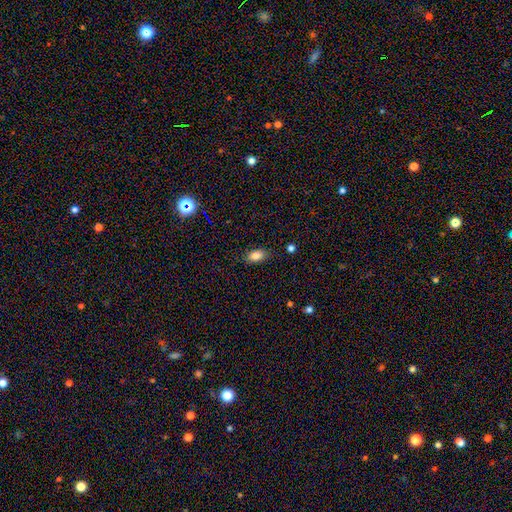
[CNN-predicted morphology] smooth-or-featured: smooth: 85% | star or artifact: 9% | featured or disk: 6%
  how-rounded: in between: 89% | round: 7% | cigar-shaped: 5%
  merging: none: 84% | minor disturbance: 12% | major disturbance: 3% | merger: 1%